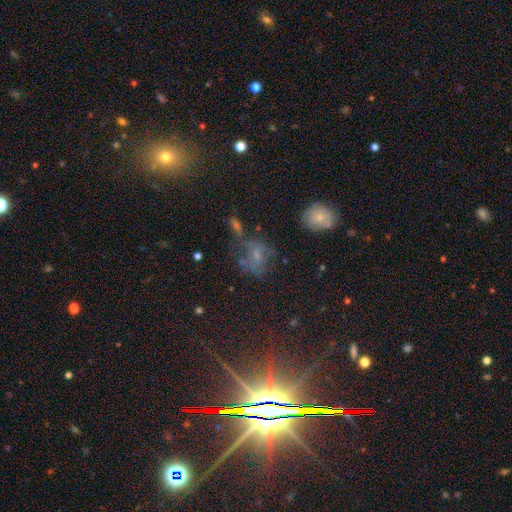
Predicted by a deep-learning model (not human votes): Morphology: type=smooth (40%); merging=none (46%).